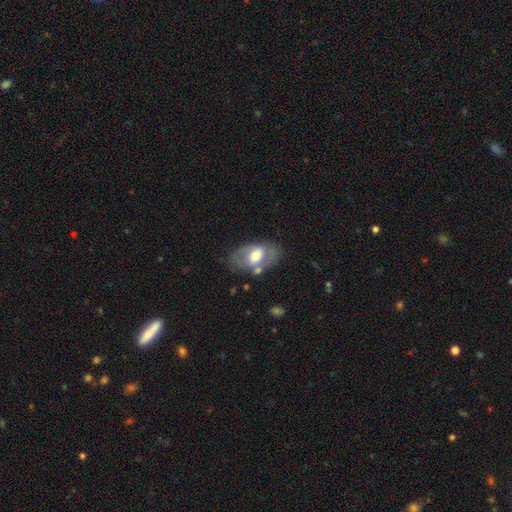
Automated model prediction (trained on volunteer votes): Smooth or featured? featured or disk (48%)
Merging? none (65%)